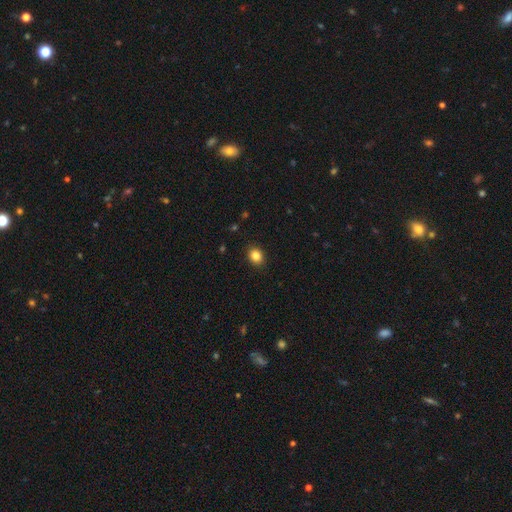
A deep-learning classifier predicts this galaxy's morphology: Smooth or featured? Predicted: smooth (p=0.85). How rounded? Predicted: round (p=0.60). Merging? Predicted: none (p=0.91).